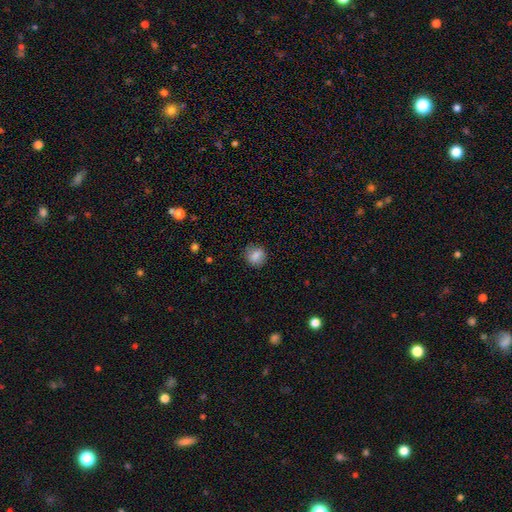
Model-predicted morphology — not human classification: smooth_or_featured: smooth (p=0.82) [alt: featured or disk p=0.09]
how_rounded: round (p=0.85) [alt: in between p=0.14]
merging: none (p=0.85) [alt: minor disturbance p=0.11]